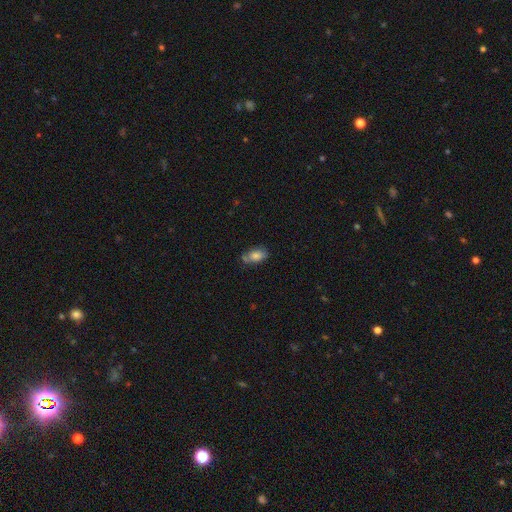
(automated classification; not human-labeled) smooth 74%, featured or disk 17%, star or artifact 9%. Down the decision tree: how rounded — in between (89%); merging — none (60%).